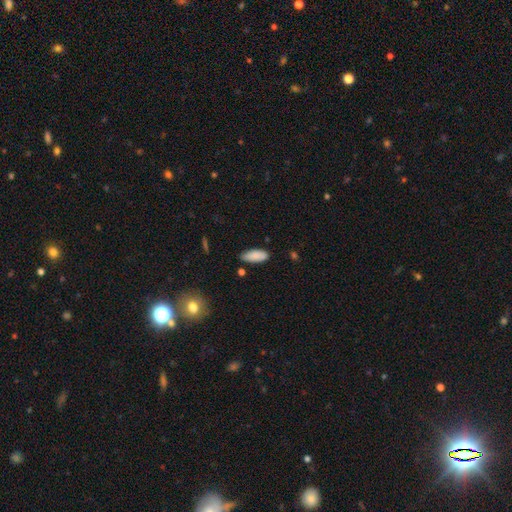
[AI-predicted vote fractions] A smooth galaxy with no disk features (88%) that is in between round and cigar-shaped (78%). Merging: none (79%).